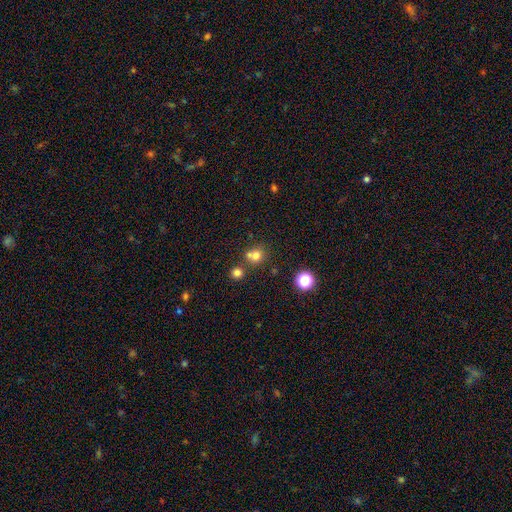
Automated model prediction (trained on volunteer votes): Morphology: type=smooth (73%); roundness=round (83%); merging=none (53%).